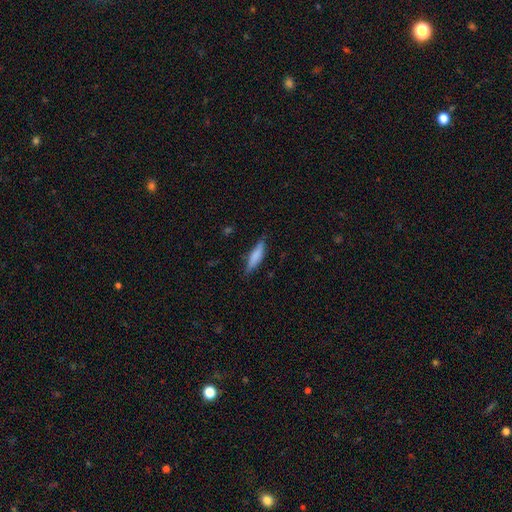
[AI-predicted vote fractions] This appears to be a smooth galaxy with no disk features (79%) that is cigar-shaped (68%). Merging: none (78%).